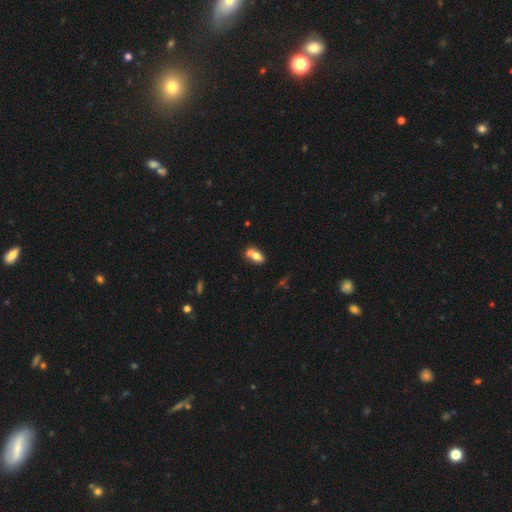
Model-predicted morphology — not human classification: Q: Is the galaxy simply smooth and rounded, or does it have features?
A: smooth — 69%.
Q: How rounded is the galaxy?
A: in between — 85%.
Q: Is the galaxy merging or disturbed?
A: none — 43%.